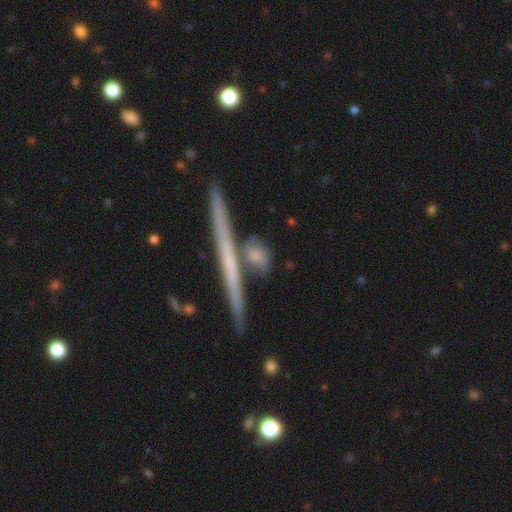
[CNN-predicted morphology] A smooth galaxy with no disk features (65%) that is in between round and cigar-shaped (36%, tied with cigar-shaped).

Vote fractions:
- Smooth or featured? smooth: 65% / featured or disk: 26% / star or artifact: 9%
- How rounded? in between: 36% (tied) / cigar-shaped: 36% (tied) / round: 29%
- Merging? none: 64% / minor disturbance: 16% / merger: 14% / major disturbance: 6%